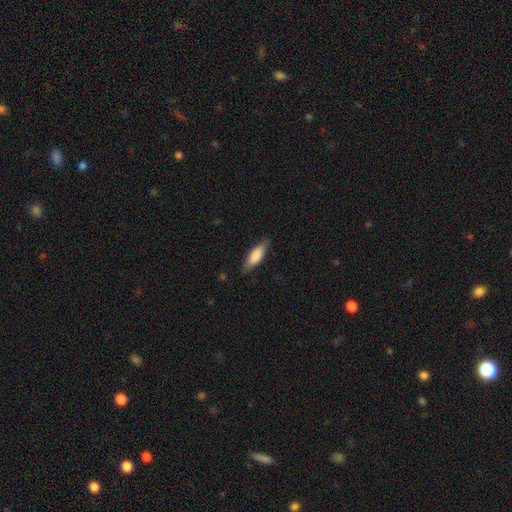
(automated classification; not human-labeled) Smooth or featured?
  - smooth: 77% *
  - featured or disk: 17%
  - star or artifact: 6%
How rounded?
  - in between: 59% *
  - cigar-shaped: 39%
  - round: 2%
Merging?
  - none: 81% *
  - minor disturbance: 15%
  - major disturbance: 3%
  - merger: 1%